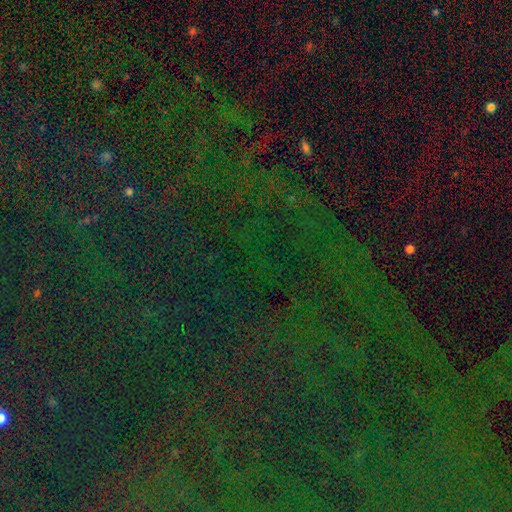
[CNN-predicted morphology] A star or artifact, not a galaxy (83%).

Vote fractions:
- Smooth or featured? star or artifact: 83% / smooth: 9% / featured or disk: 8%